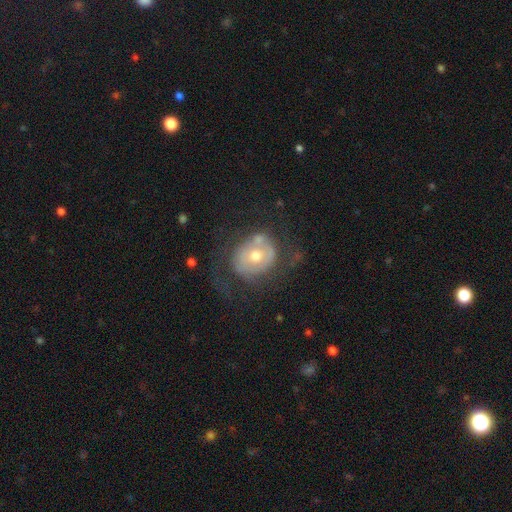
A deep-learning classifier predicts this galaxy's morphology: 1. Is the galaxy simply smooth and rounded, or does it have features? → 63% featured or disk, 30% smooth, 8% star or artifact.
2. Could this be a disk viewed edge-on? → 96% no, 4% yes.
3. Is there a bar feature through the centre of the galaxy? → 76% no, 19% weak, 5% strong.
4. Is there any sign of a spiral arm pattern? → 51% yes, 49% no.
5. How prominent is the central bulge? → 65% moderate, 29% small, 4% large, 1% none, 1% dominant.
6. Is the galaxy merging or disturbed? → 52% none, 22% major disturbance, 20% minor disturbance, 6% merger.